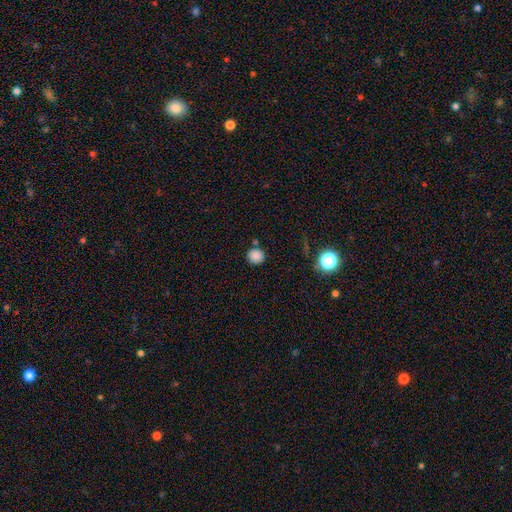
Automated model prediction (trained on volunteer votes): This appears to be a smooth galaxy with no disk features (84%) that is round (91%). Merging: none (80%).